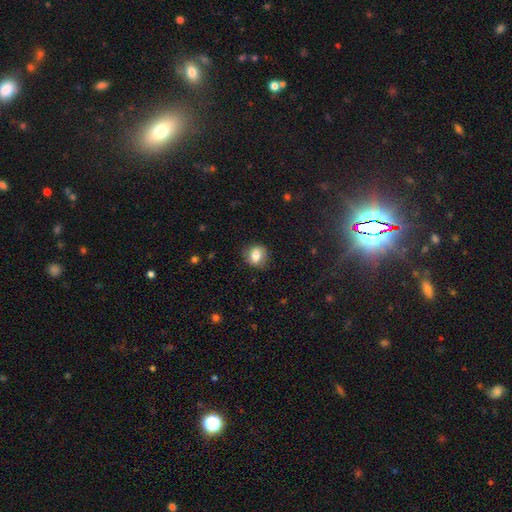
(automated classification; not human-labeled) Overall: smooth (75%). How rounded: round (67%; in between 32%). Merging: none (80%).